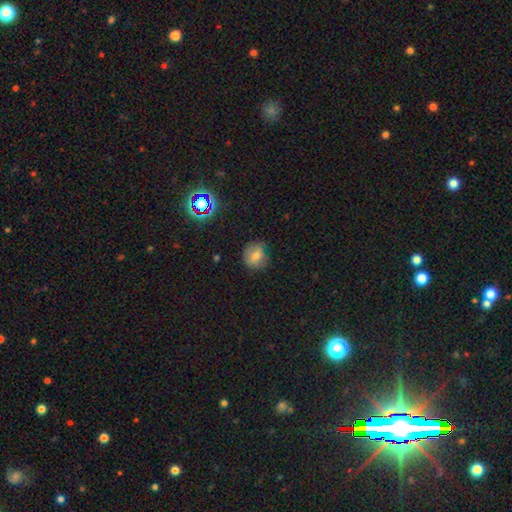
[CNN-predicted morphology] smooth_or_featured: smooth (p=0.71) [alt: star or artifact p=0.15]
how_rounded: round (p=0.75) [alt: in between p=0.24]
merging: none (p=0.75) [alt: minor disturbance p=0.18]